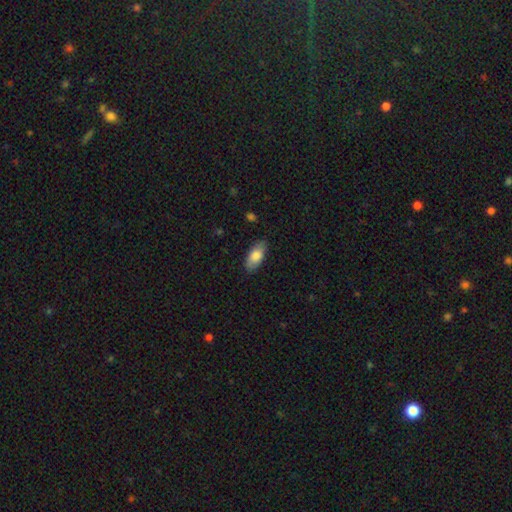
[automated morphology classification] This appears to be a smooth galaxy with no disk features (81%) that is in between round and cigar-shaped (90%). Merging: none (83%).